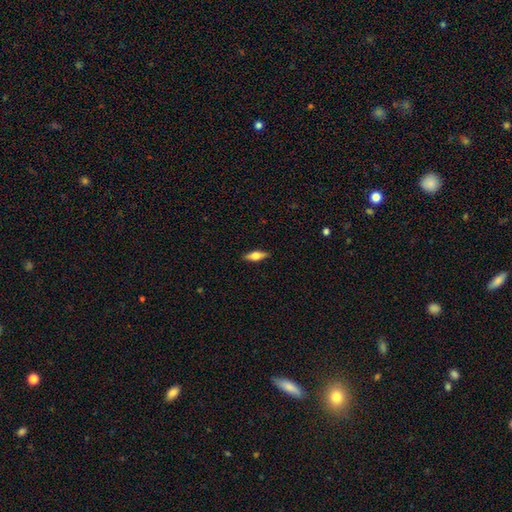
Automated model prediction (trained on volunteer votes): Smooth or featured? smooth (55%)
How rounded? in between (57%)
Merging? none (88%)